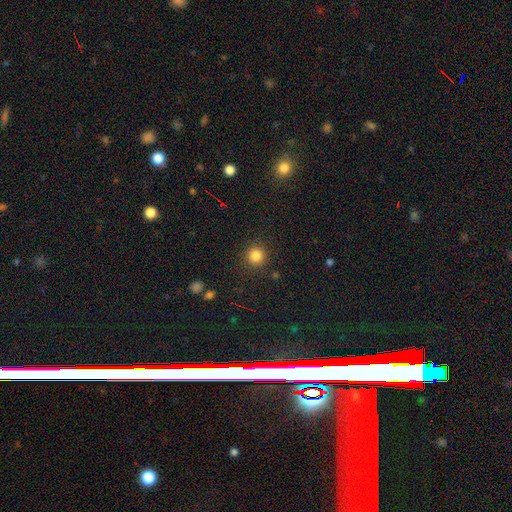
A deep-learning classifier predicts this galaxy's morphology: Smooth or featured? smooth (83%)
How rounded? round (94%)
Merging? none (90%)